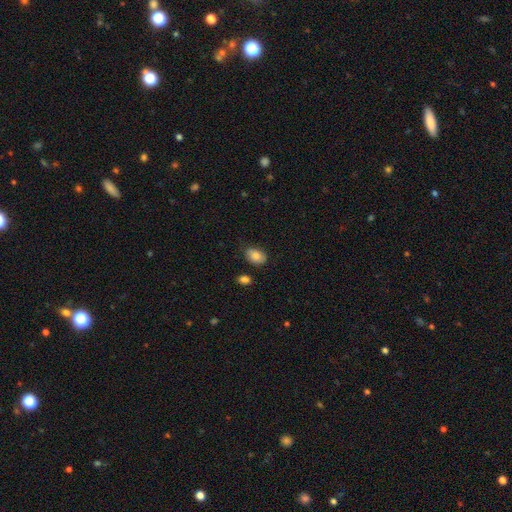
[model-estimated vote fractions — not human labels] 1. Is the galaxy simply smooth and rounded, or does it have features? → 82% smooth, 10% featured or disk, 8% star or artifact.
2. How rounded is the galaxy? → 85% in between, 14% round, 1% cigar-shaped.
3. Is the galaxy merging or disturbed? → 75% none, 18% minor disturbance, 3% major disturbance, 3% merger.